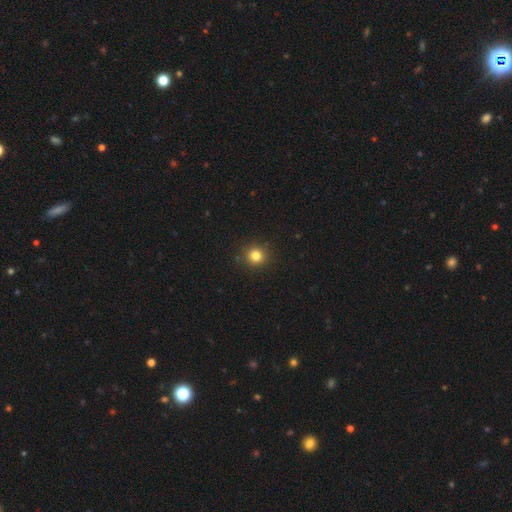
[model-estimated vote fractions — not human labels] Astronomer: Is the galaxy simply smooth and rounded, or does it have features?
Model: smooth — 82%.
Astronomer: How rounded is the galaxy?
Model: round — 92%.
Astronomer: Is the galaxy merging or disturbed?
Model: none — 91%.